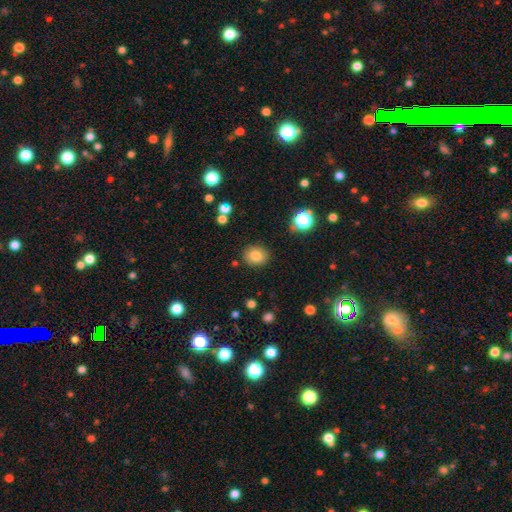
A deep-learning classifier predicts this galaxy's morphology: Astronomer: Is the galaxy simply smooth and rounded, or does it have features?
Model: smooth — 81%.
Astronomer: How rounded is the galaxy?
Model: round — 72%.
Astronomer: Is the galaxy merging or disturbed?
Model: none — 87%.